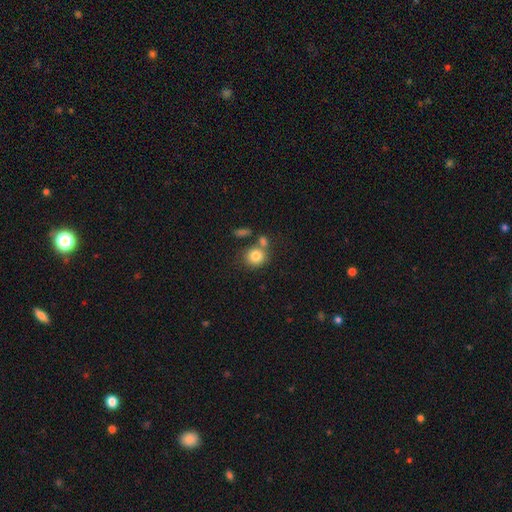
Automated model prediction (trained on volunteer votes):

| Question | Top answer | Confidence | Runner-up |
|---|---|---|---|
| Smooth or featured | smooth | 81% | star or artifact (10%) |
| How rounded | round | 79% | in between (20%) |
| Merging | none | 59% | merger (25%) |